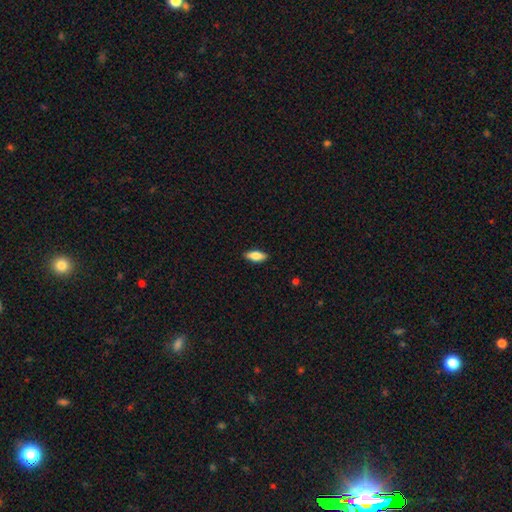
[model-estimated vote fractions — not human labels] Smooth or featured? smooth (79%)
How rounded? in between (78%)
Merging? none (88%)